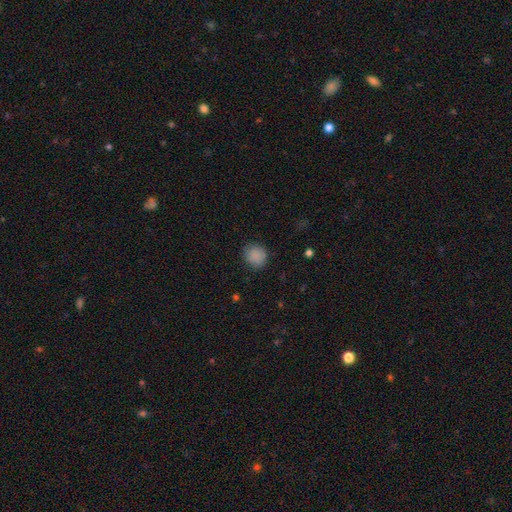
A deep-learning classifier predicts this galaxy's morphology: type=smooth (87%); roundness=round (84%); merging=none (85%).